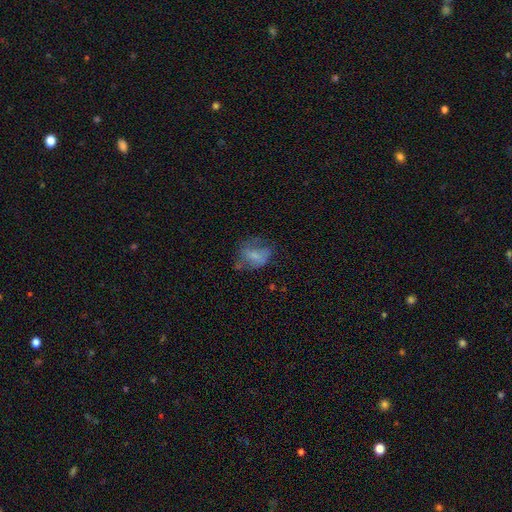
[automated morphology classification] A smooth galaxy with no disk features (57%) that is in between round and cigar-shaped (60%). Merging: none (42%).